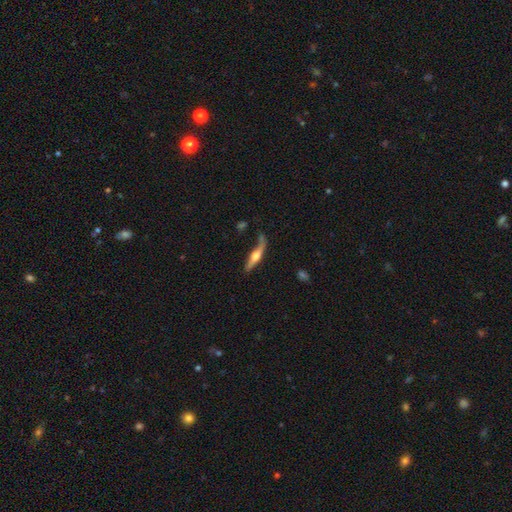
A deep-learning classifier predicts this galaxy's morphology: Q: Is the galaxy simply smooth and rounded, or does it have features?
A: featured or disk — 60%.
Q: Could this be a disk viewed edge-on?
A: yes — 91%.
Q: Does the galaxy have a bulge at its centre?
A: rounded — 93%.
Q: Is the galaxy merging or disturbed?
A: none — 60%.